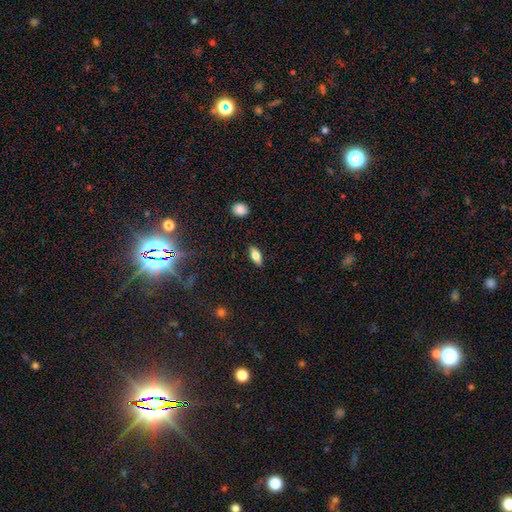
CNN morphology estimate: Overall: smooth (66%; featured or disk 26%). How rounded: in between (78%). Merging: none (87%).